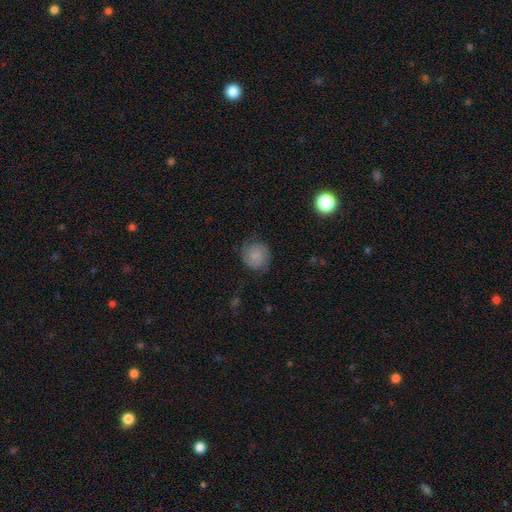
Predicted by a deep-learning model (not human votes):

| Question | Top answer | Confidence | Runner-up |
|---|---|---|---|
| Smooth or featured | smooth | 49% | featured or disk (43%) |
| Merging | none | 74% | minor disturbance (18%) |